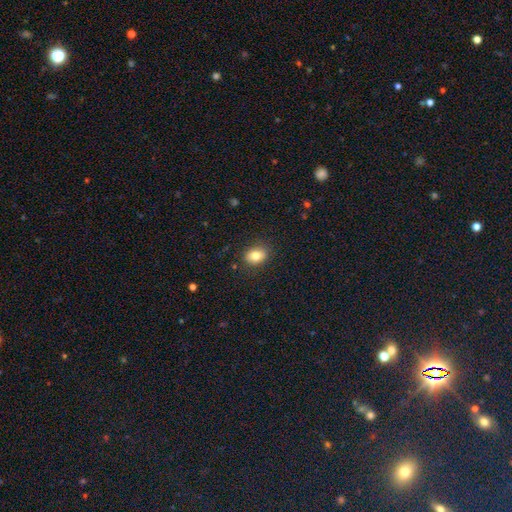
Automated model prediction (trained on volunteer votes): A smooth galaxy with no disk features (79%) that is in between round and cigar-shaped (64%).

Vote fractions:
- Smooth or featured? smooth: 79% / featured or disk: 11% / star or artifact: 10%
- How rounded? in between: 64% / round: 35% / cigar-shaped: 1%
- Merging? none: 86% / minor disturbance: 10% / major disturbance: 3% / merger: 1%